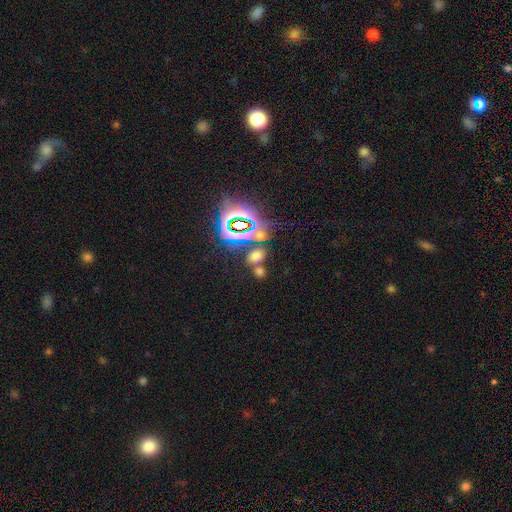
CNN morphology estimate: Smooth or featured: smooth — 50% (star or artifact — 42%)
Merging: none — 55% (merger — 27%)